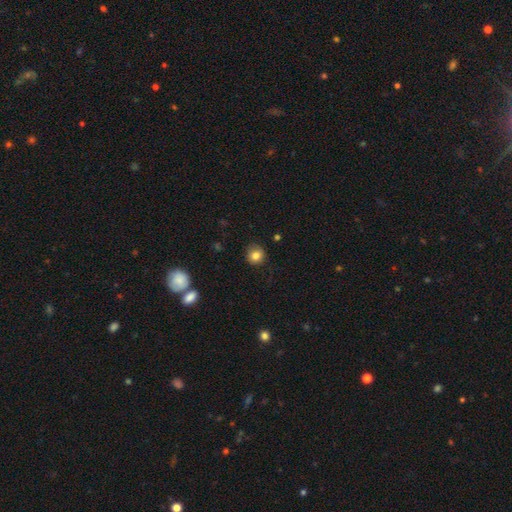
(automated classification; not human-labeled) A smooth galaxy with no disk features (82%) that is round (90%).

Vote fractions:
- Smooth or featured? smooth: 82% / star or artifact: 11% / featured or disk: 7%
- How rounded? round: 90% / in between: 9% / cigar-shaped: 1%
- Merging? none: 83% / minor disturbance: 13% / major disturbance: 3% / merger: 1%